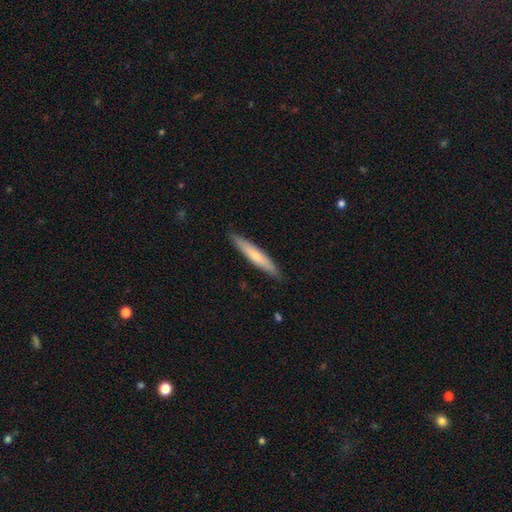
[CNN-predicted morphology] A smooth galaxy with no disk features (64%) that is cigar-shaped (92%). Merging: none (89%).